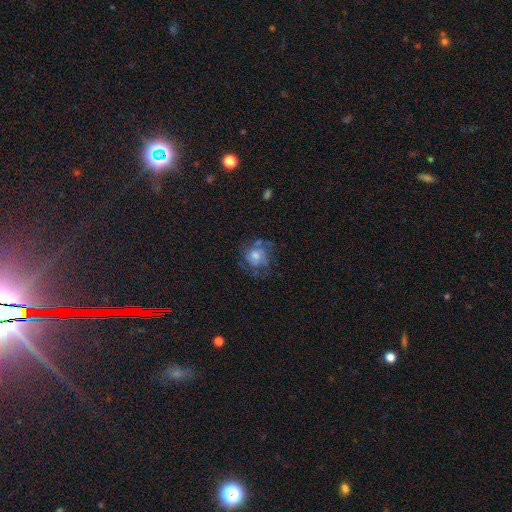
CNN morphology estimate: Overall: featured or disk (52%; smooth 34%). Edge-on disk: no (97%). Bar: no (83%). Spiral arms: yes (63%; no 37%). Bulge size: moderate (51%; small 28%). Merging: none (60%).